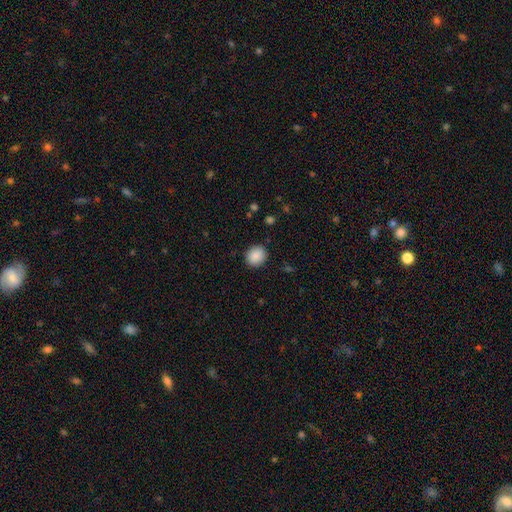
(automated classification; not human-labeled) Overall: smooth (89%). How rounded: round (74%). Merging: none (89%).